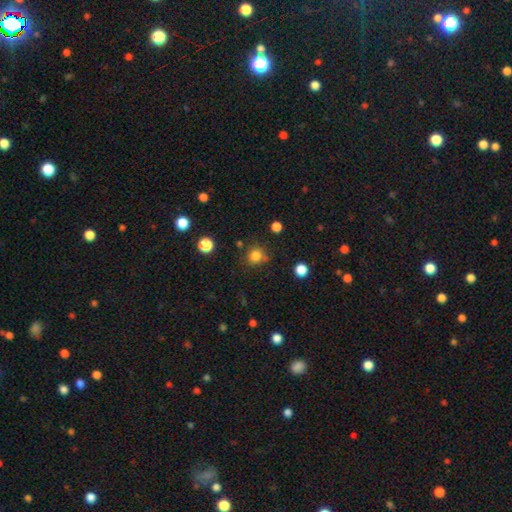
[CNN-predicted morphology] Smooth or featured?
  - smooth: 81% *
  - star or artifact: 14%
  - featured or disk: 5%
How rounded?
  - round: 88% *
  - in between: 12%
  - cigar-shaped: 1%
Merging?
  - none: 76% *
  - minor disturbance: 13%
  - merger: 7%
  - major disturbance: 4%